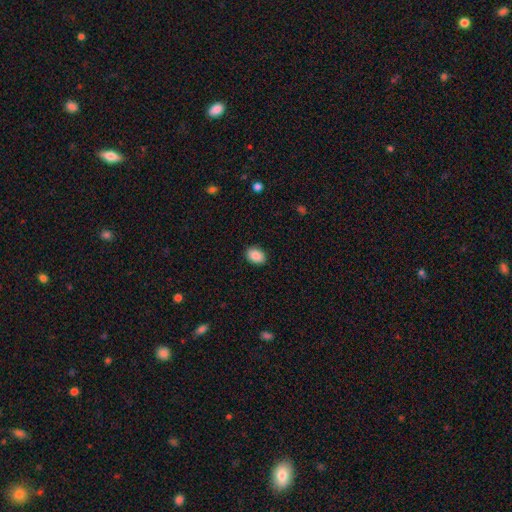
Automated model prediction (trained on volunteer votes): A smooth galaxy with no disk features (89%) that is in between round and cigar-shaped (77%).

Vote fractions:
- Smooth or featured? smooth: 89% / star or artifact: 7% / featured or disk: 4%
- How rounded? in between: 77% / round: 22% / cigar-shaped: 1%
- Merging? none: 89% / minor disturbance: 8% / major disturbance: 2% / merger: 1%